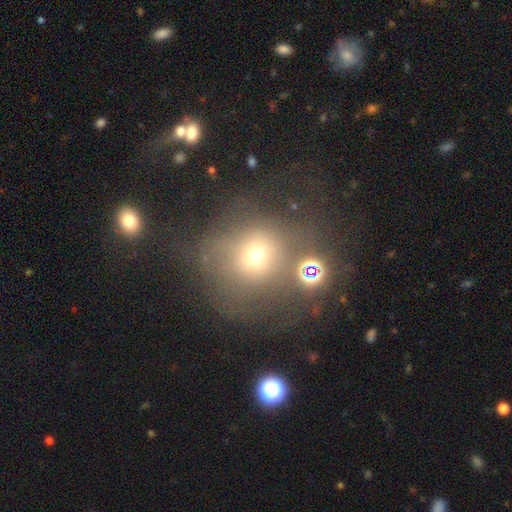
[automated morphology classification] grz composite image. It shows a smooth galaxy with no disk features (62%) that is round (83%). Merging: none (49%).